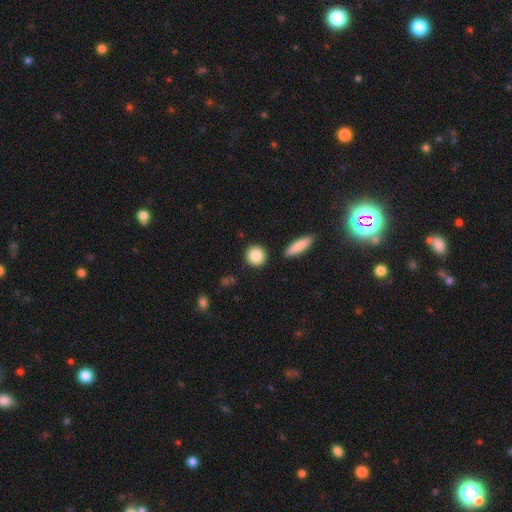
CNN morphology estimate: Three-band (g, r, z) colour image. It shows a smooth galaxy with no disk features (86%) that is round (86%). Merging: none (86%).